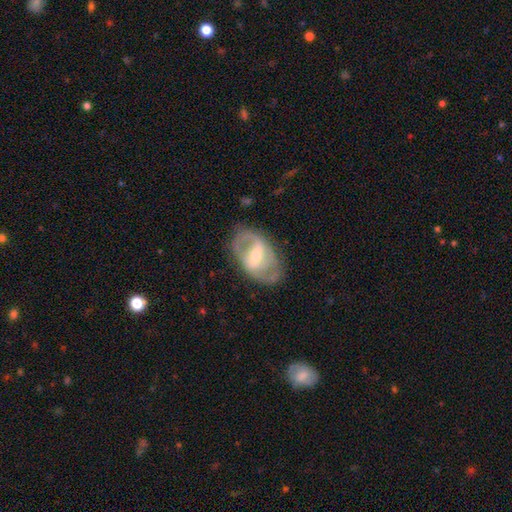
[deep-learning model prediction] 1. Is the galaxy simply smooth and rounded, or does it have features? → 78% featured or disk, 17% smooth, 6% star or artifact.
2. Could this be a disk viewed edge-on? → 94% no, 6% yes.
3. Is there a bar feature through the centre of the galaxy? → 43% strong, 42% weak, 14% no.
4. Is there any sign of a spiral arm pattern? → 78% yes, 22% no.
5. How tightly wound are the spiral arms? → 47% medium, 31% tight, 22% loose.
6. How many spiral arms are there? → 71% 2, 18% can't tell, 5% 3, 4% 1, 2% 4, 1% more than 4.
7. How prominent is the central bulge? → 54% moderate, 39% small, 4% large, 2% none, 1% dominant.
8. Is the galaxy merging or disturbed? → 71% none, 19% minor disturbance, 9% major disturbance, 1% merger.